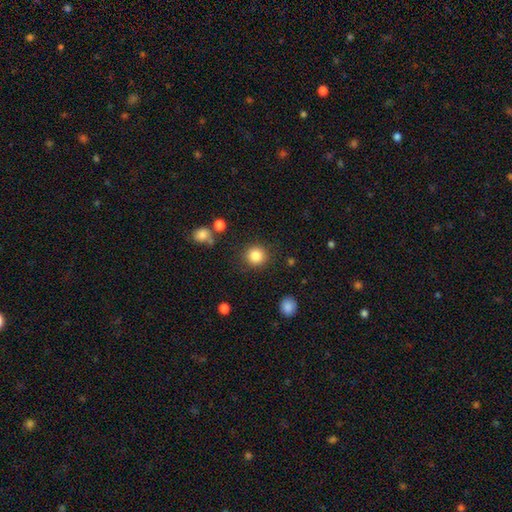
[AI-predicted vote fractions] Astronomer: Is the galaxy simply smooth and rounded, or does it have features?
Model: smooth — 85%.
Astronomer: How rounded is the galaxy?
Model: round — 92%.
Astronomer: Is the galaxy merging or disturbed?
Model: none — 87%.